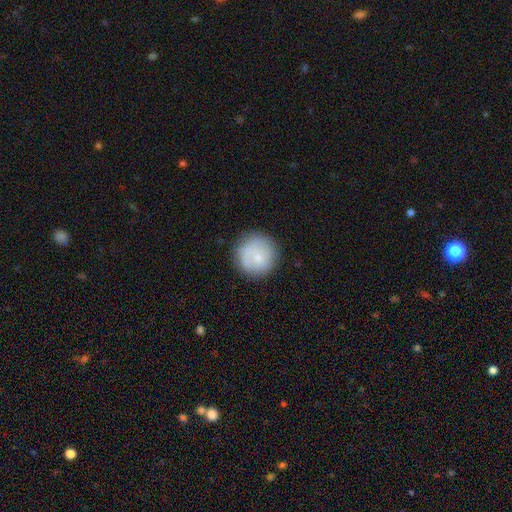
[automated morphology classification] Overall: smooth (67%). How rounded: round (93%). Merging: none (78%).